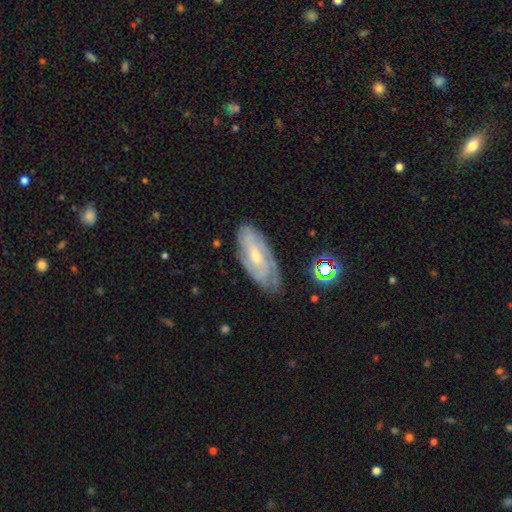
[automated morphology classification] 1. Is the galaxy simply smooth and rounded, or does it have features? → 72% featured or disk, 20% smooth, 8% star or artifact.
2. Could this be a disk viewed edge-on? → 91% no, 9% yes.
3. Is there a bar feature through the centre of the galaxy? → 54% no, 37% weak, 9% strong.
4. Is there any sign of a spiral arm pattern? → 91% yes, 9% no.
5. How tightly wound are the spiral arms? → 61% tight, 31% medium, 9% loose.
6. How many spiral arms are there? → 43% can't tell, 24% 2, 17% 3, 8% 4, 4% 1, 3% more than 4.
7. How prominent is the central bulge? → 50% small, 45% moderate, 2% none, 2% large, 1% dominant.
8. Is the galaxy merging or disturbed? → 70% none, 22% minor disturbance, 6% major disturbance, 2% merger.